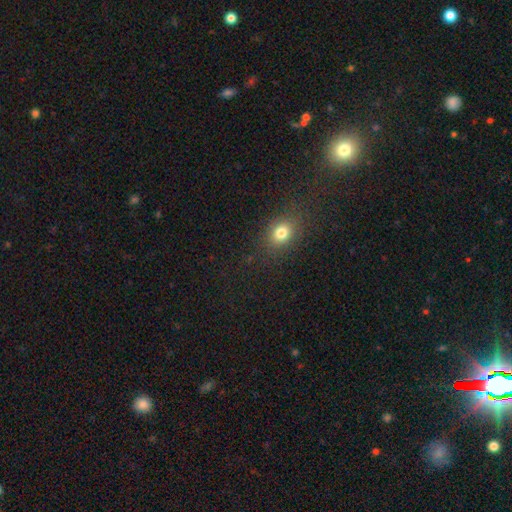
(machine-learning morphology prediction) Smooth or featured? smooth (46%)
Merging? none (77%)